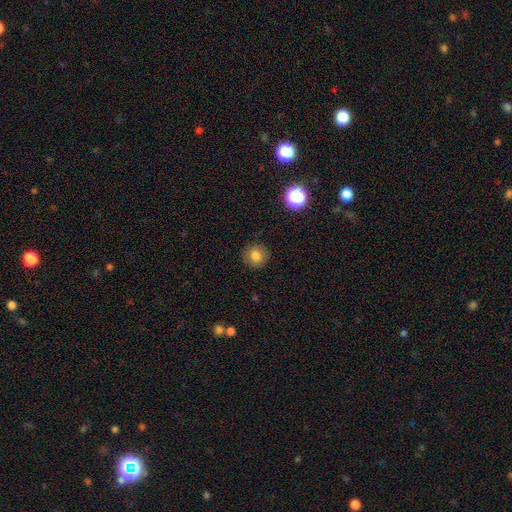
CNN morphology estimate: A smooth galaxy with no disk features (80%) that is round (92%).

Vote fractions:
- Smooth or featured? smooth: 80% / star or artifact: 11% / featured or disk: 9%
- How rounded? round: 92% / in between: 7% / cigar-shaped: 1%
- Merging? none: 90% / minor disturbance: 7% / major disturbance: 2% / merger: 1%